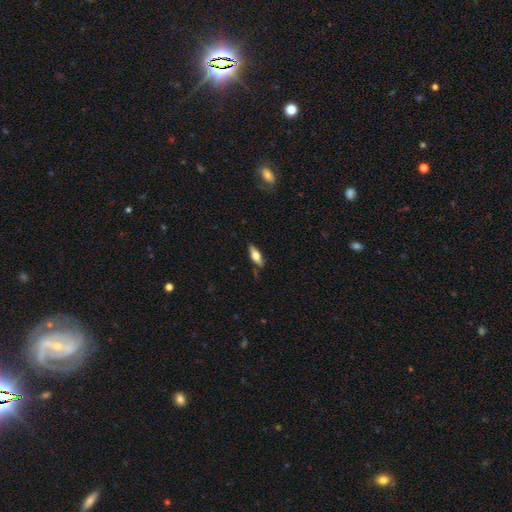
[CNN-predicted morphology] Overall: smooth (57%; featured or disk 37%). How rounded: in between (63%; cigar-shaped 34%). Merging: none (81%).